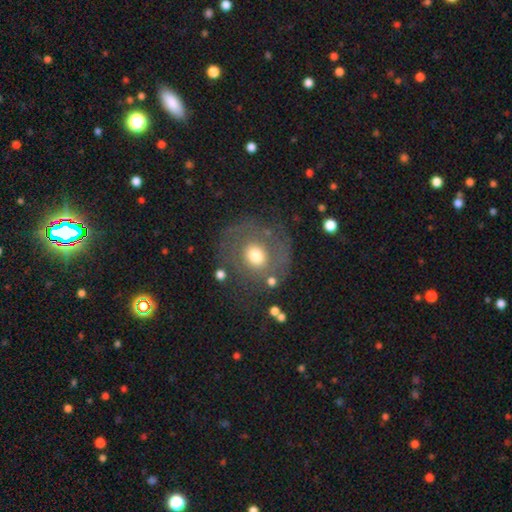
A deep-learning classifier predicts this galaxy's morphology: Overall: smooth (51%; featured or disk 38%). How rounded: round (81%). Merging: none (68%).